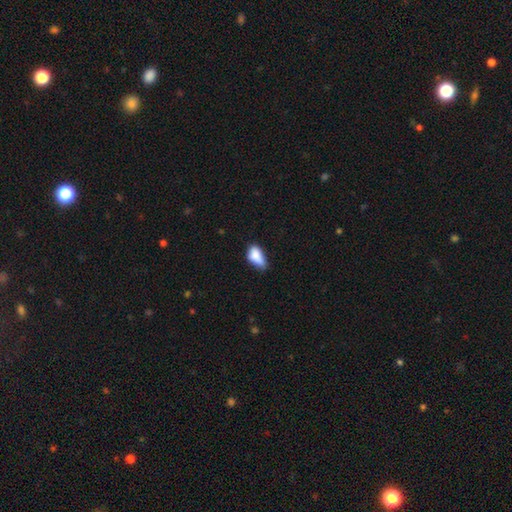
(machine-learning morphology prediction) Smooth or featured: smooth — 82% (featured or disk — 10%)
How rounded: in between — 89% (round — 7%)
Merging: minor disturbance — 48% (none — 33%)